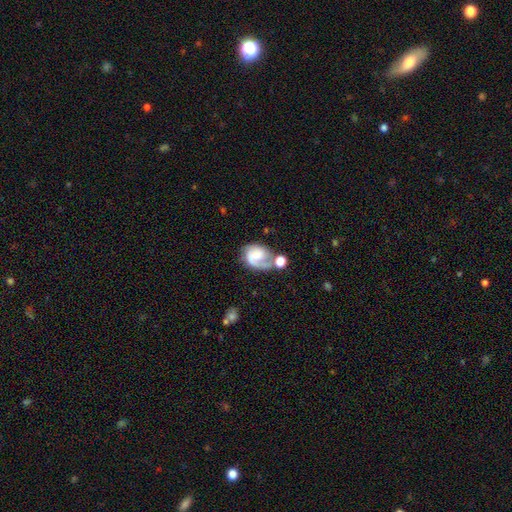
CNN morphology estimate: Overall: featured or disk (69%). Edge-on disk: no (98%). Bar: no (66%; weak 29%). Spiral arms: yes (90%). Spiral arm count: 1 (59%; 2 30%). Spiral winding: medium (38%, tied with tight). Bulge size: small (43%; moderate 35%). Merging: none (38%; major disturbance 21%).